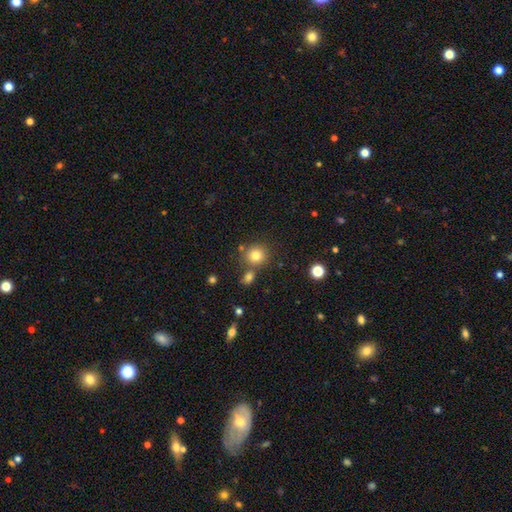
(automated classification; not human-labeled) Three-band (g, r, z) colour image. It shows a smooth galaxy with no disk features (80%) that is round (88%). Merging: none (71%).